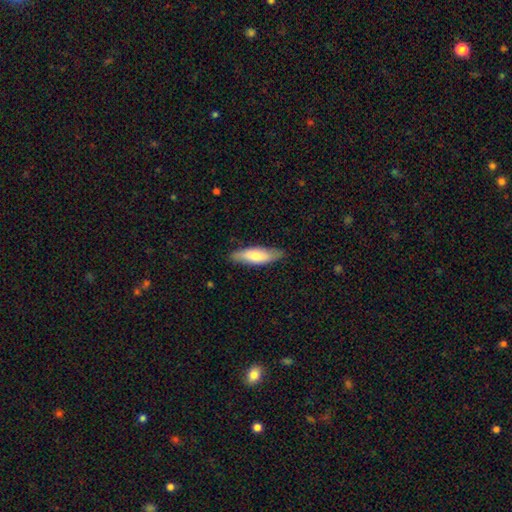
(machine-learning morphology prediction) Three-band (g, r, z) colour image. It shows a smooth galaxy with no disk features (71%) that is cigar-shaped (51%). Merging: none (83%).